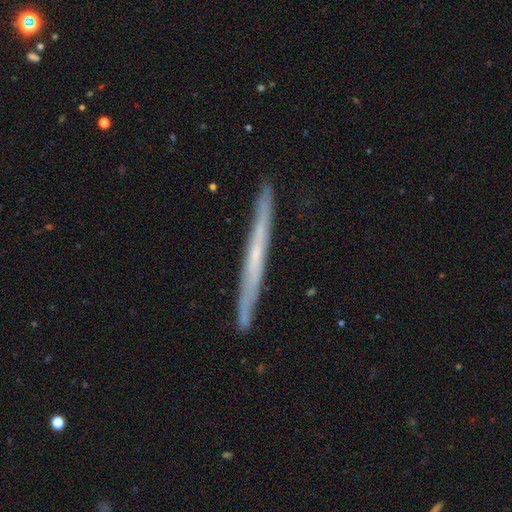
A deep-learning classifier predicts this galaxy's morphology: smooth-or-featured: featured or disk: 62% | smooth: 31% | star or artifact: 7%
  disk-edge-on: yes: 95% | no: 5%
    edge-on-bulge: none: 82% | rounded: 15% | boxy: 4%
  merging: none: 90% | minor disturbance: 8% | major disturbance: 1% | merger: 1%